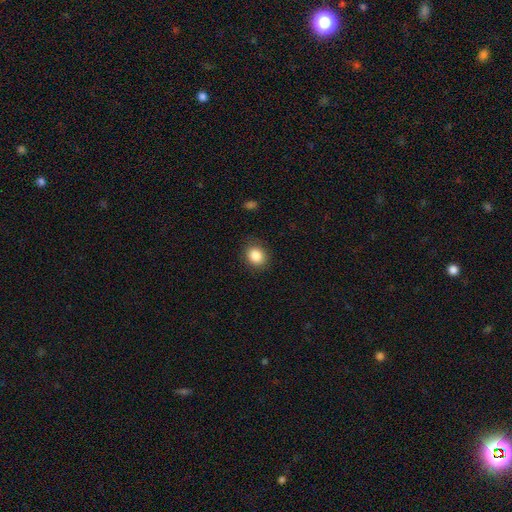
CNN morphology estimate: Smooth or featured: smooth — 86% (star or artifact — 9%)
How rounded: round — 68% (in between — 31%)
Merging: none — 86% (minor disturbance — 10%)